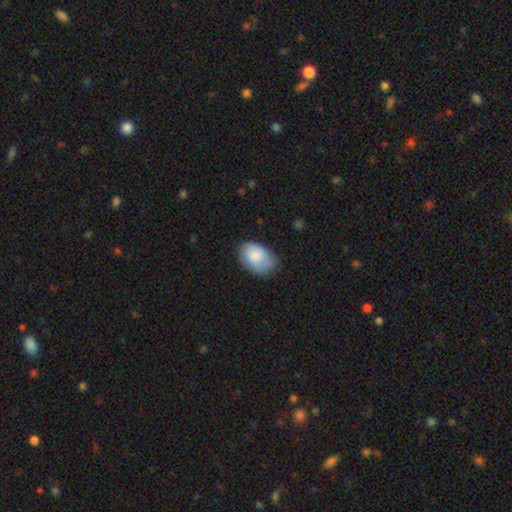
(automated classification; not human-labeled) A smooth galaxy with no disk features (80%) that is in between round and cigar-shaped (90%). Merging: none (57%).